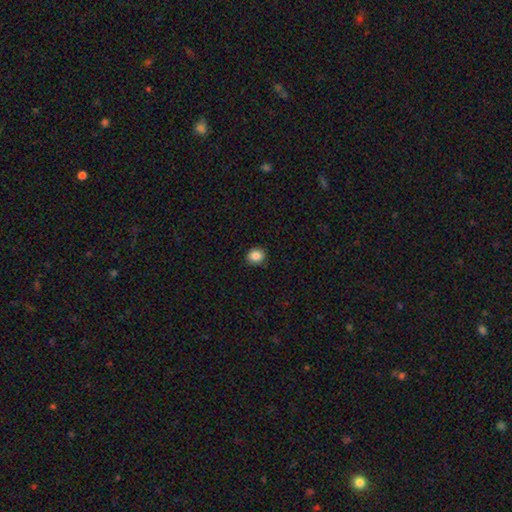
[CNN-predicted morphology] Smooth or featured? smooth (87%)
How rounded? round (74%)
Merging? none (88%)